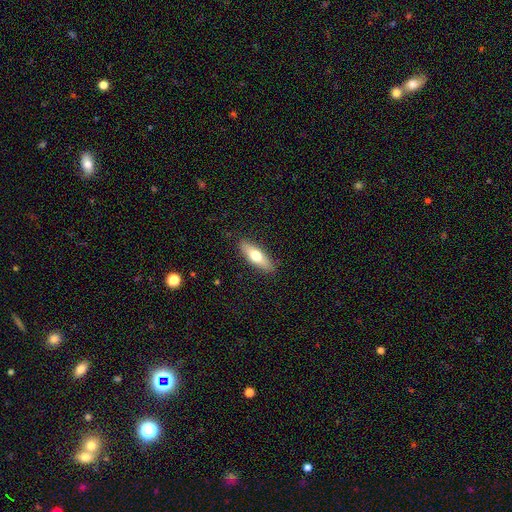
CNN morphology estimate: Smooth or featured? smooth (63%)
How rounded? cigar-shaped (52%)
Merging? none (89%)